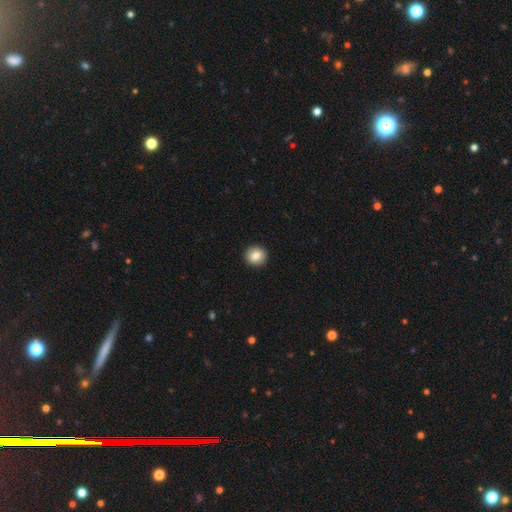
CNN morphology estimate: A smooth galaxy with no disk features (85%) that is round (88%).

Vote fractions:
- Smooth or featured? smooth: 85% / star or artifact: 8% / featured or disk: 7%
- How rounded? round: 88% / in between: 11% / cigar-shaped: 1%
- Merging? none: 93% / minor disturbance: 5% / major disturbance: 1% / merger: 1%